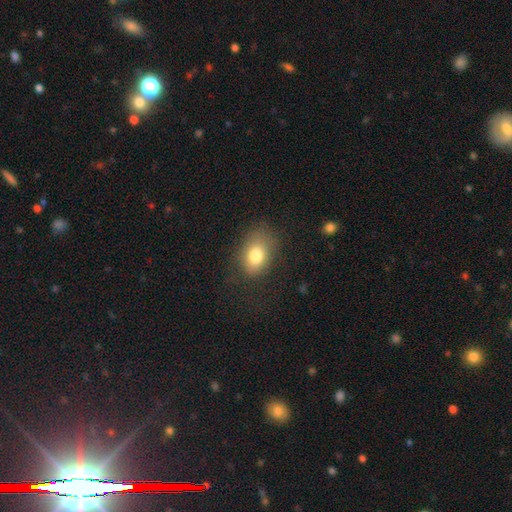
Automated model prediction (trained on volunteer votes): This appears to be a smooth galaxy with no disk features (78%) that is in between round and cigar-shaped (74%). Merging: none (72%).